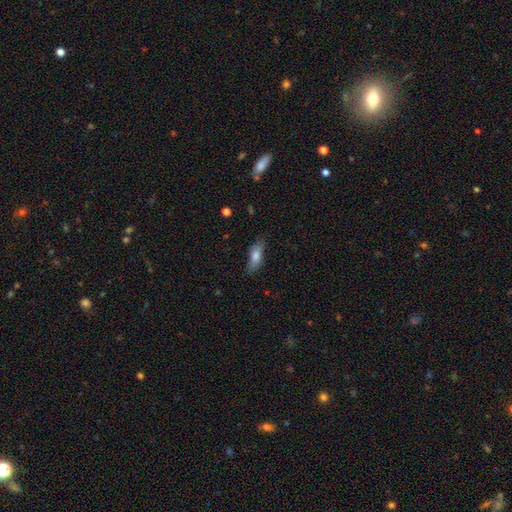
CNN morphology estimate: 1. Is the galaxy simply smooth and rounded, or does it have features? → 68% smooth, 24% featured or disk, 8% star or artifact.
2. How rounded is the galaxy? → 56% in between, 41% cigar-shaped, 3% round.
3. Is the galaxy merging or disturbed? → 80% none, 16% minor disturbance, 3% major disturbance, 1% merger.